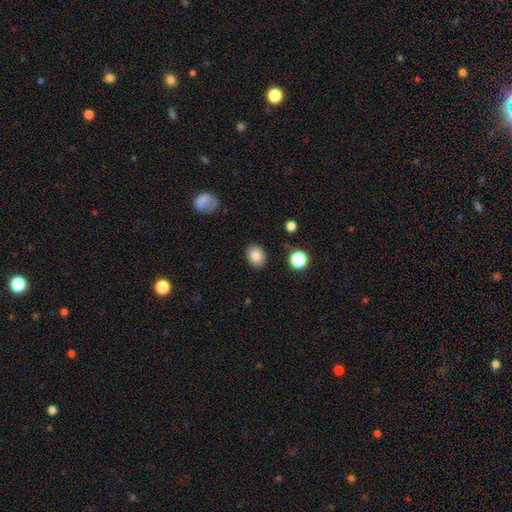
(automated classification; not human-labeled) Smooth or featured?
  - smooth: 83% *
  - star or artifact: 10%
  - featured or disk: 7%
How rounded?
  - in between: 54% *
  - round: 45%
  - cigar-shaped: 1%
Merging?
  - none: 87% *
  - minor disturbance: 9%
  - major disturbance: 2%
  - merger: 2%